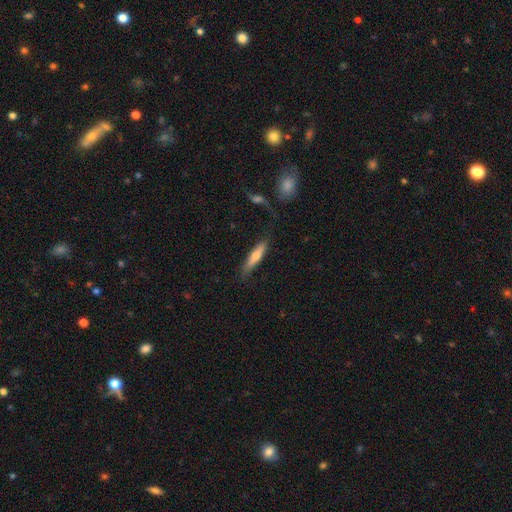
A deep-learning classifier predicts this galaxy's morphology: This appears to be a smooth galaxy with no disk features (58%) that is cigar-shaped (83%). Merging: none (76%).